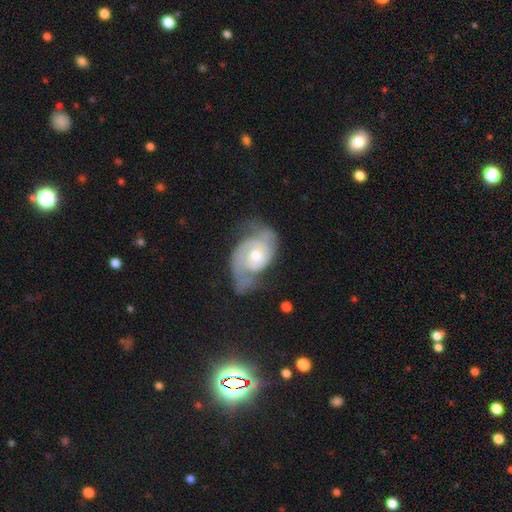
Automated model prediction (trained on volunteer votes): featured or disk 84%, smooth 11%, star or artifact 5%. Down the decision tree: edge-on disk — no (97%); bar — no (67%); spiral arms — yes (94%); spiral arm count — 2 (74%); spiral winding — medium (42%); bulge size — moderate (70%); merging — none (49%).